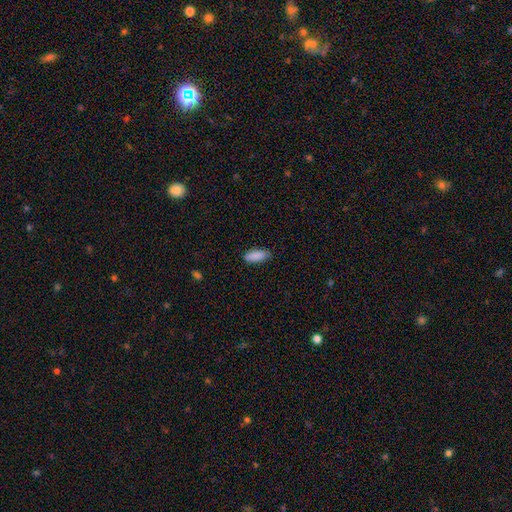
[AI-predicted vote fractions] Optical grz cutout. It shows a smooth galaxy with no disk features (88%) that is in between round and cigar-shaped (75%). Merging: none (80%).